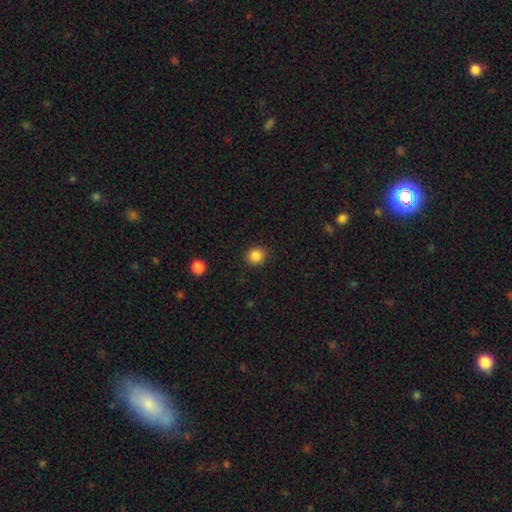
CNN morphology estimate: Q: Smooth or featured?
A: smooth (87%); runner-up: star or artifact (10%)
Q: How rounded?
A: round (81%); runner-up: in between (18%)
Q: Merging?
A: none (90%); runner-up: minor disturbance (7%)